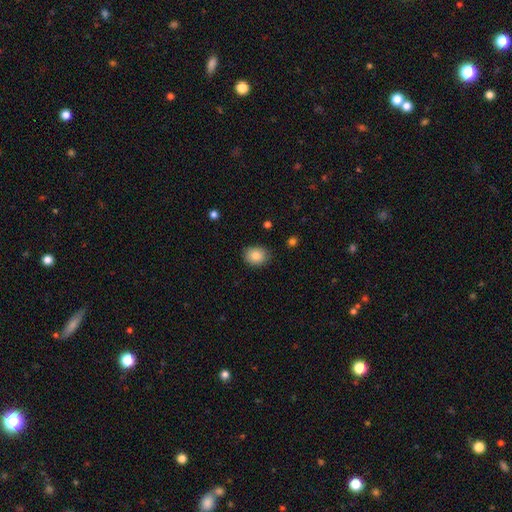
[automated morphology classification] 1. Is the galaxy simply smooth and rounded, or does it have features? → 86% smooth, 8% star or artifact, 5% featured or disk.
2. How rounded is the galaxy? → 50% round, 49% in between, 1% cigar-shaped.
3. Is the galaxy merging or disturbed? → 84% none, 12% minor disturbance, 3% major disturbance, 1% merger.